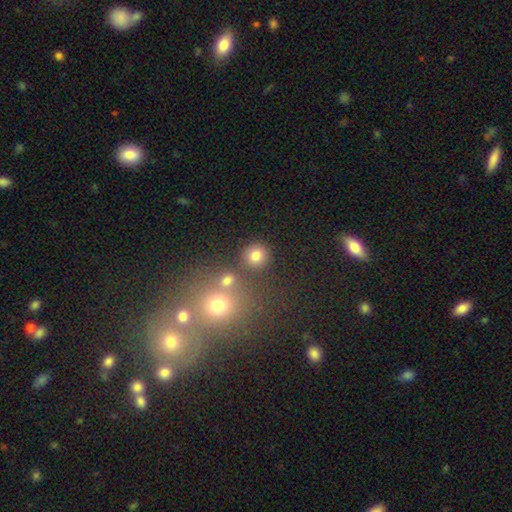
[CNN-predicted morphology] Smooth or featured: smooth — 79% (star or artifact — 14%)
How rounded: round — 91% (in between — 8%)
Merging: none — 81% (merger — 8%)